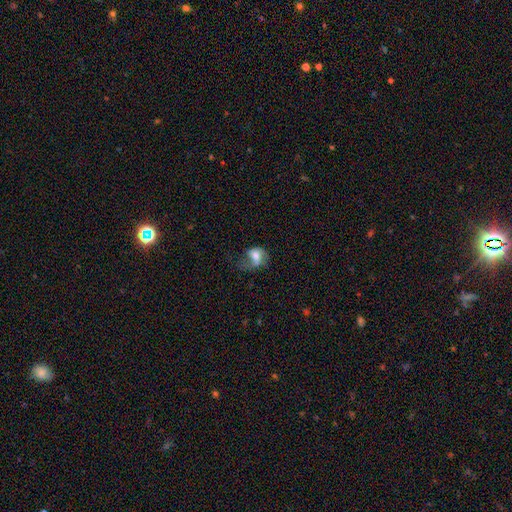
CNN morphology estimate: Overall: smooth (52%; featured or disk 39%). How rounded: in between (66%; round 33%). Merging: major disturbance (39%; none 32%).